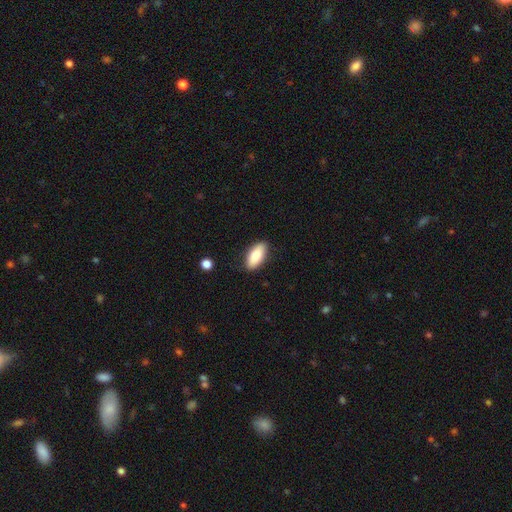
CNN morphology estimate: This is clearly a smooth galaxy (86%). How rounded: clearly in between (86%). Merging: clearly none (85%).